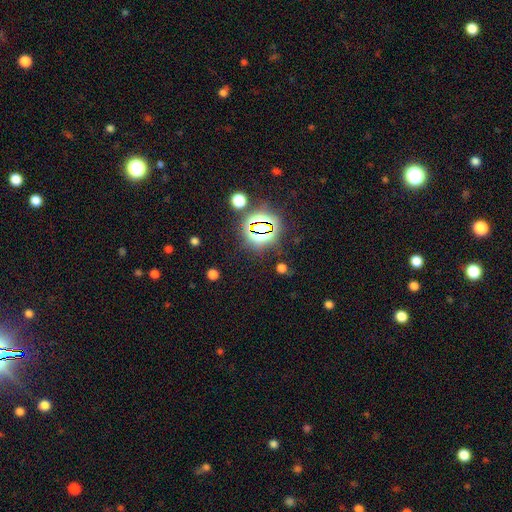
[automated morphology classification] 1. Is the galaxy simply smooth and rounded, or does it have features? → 79% star or artifact, 13% smooth, 8% featured or disk.